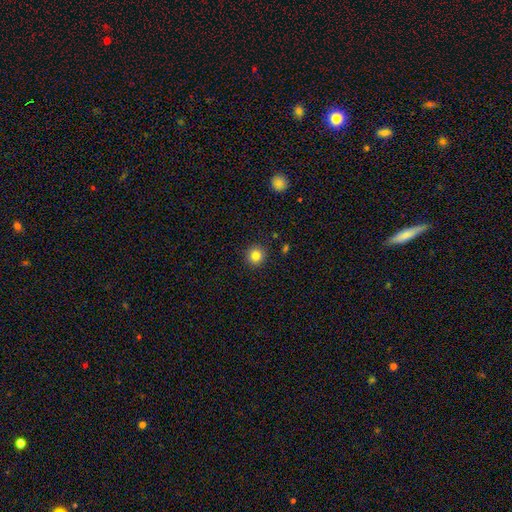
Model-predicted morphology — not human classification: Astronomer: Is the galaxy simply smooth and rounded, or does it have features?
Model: smooth — 83%.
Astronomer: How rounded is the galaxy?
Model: round — 94%.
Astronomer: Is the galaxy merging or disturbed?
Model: none — 91%.